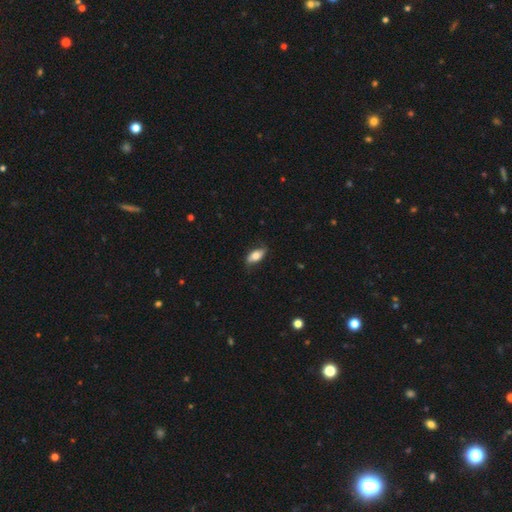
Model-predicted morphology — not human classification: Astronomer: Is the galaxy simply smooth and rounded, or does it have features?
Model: smooth — 70%.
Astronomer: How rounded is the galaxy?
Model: in between — 87%.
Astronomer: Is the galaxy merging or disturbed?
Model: none — 75%.